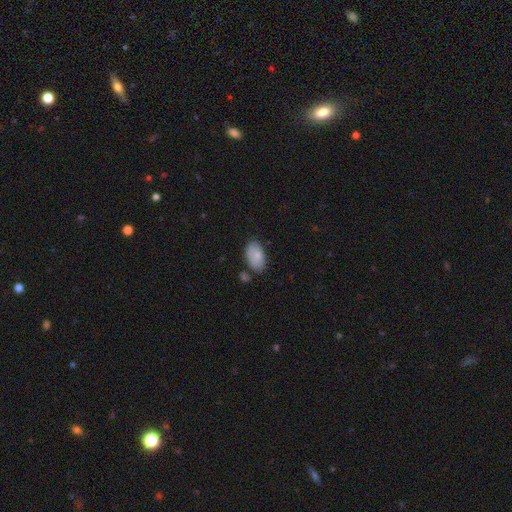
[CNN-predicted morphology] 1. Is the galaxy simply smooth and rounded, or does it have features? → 79% smooth, 14% featured or disk, 7% star or artifact.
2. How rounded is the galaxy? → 94% in between, 4% round, 1% cigar-shaped.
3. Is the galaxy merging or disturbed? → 73% none, 18% minor disturbance, 6% merger, 4% major disturbance.